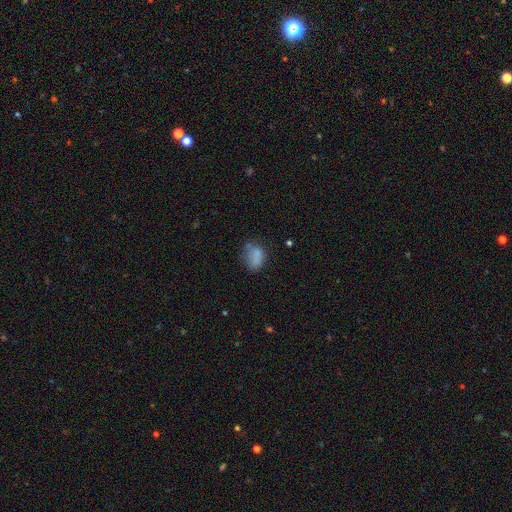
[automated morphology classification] smooth-or-featured: smooth: 74% | featured or disk: 13% | star or artifact: 12%
  how-rounded: in between: 77% | round: 21% | cigar-shaped: 2%
  merging: none: 46% | minor disturbance: 29% | major disturbance: 17% | merger: 8%